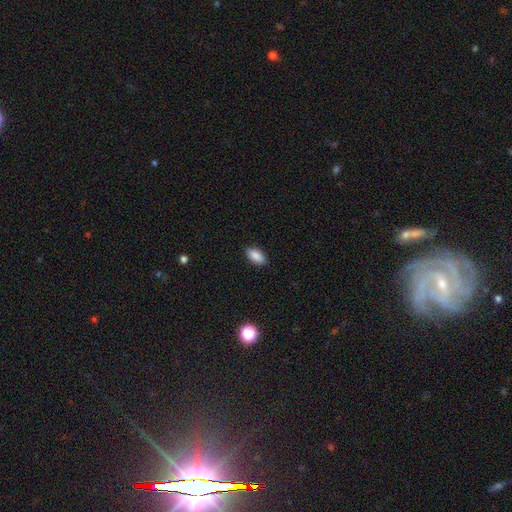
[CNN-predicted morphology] smooth_or_featured: smooth (p=0.88) [alt: star or artifact p=0.08]
how_rounded: in between (p=0.92) [alt: cigar-shaped p=0.05]
merging: none (p=0.88) [alt: minor disturbance p=0.09]